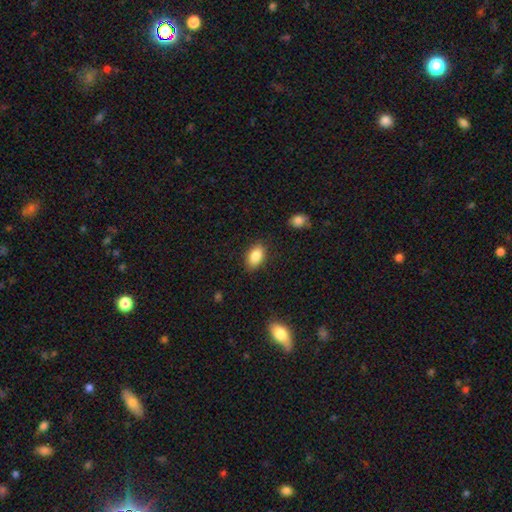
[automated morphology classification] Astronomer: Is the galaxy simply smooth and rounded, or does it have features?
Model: smooth — 86%.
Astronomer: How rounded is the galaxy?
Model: in between — 91%.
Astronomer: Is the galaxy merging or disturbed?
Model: none — 84%.